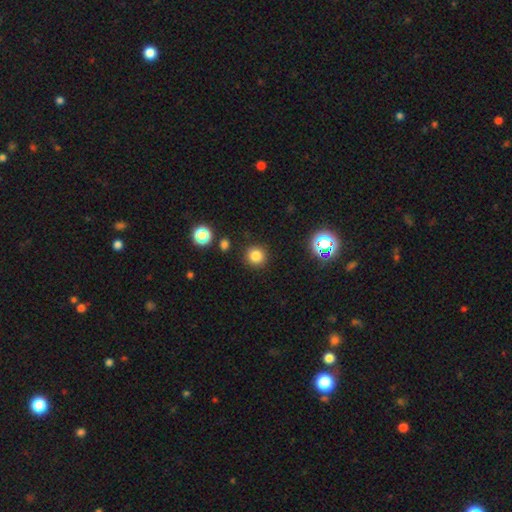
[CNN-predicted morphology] smooth-or-featured: smooth: 80% | star or artifact: 15% | featured or disk: 5%
  how-rounded: round: 93% | in between: 6% | cigar-shaped: 1%
  merging: none: 89% | minor disturbance: 6% | major disturbance: 3% | merger: 2%